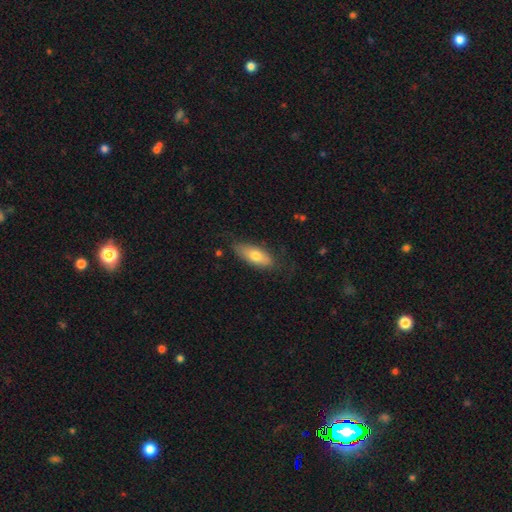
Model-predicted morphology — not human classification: This is likely a smooth galaxy (71%). How rounded: likely in between (76%). Merging: likely none (73%).